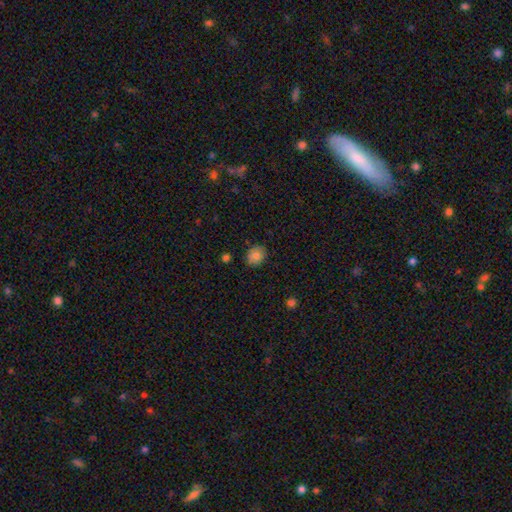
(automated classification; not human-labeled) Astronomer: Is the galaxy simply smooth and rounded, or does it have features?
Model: smooth — 82%.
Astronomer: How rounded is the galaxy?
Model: round — 61% (runner-up: in between, 38%).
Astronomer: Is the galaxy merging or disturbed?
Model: none — 87%.